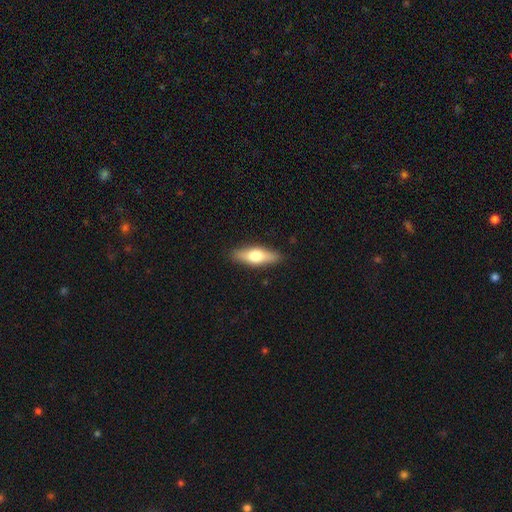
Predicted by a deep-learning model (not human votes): A smooth galaxy with no disk features (56%) that is in between round and cigar-shaped (50%).

Vote fractions:
- Smooth or featured? smooth: 56% / featured or disk: 38% / star or artifact: 6%
- How rounded? in between: 50% / cigar-shaped: 48% / round: 3%
- Merging? none: 88% / minor disturbance: 9% / major disturbance: 2% / merger: 1%